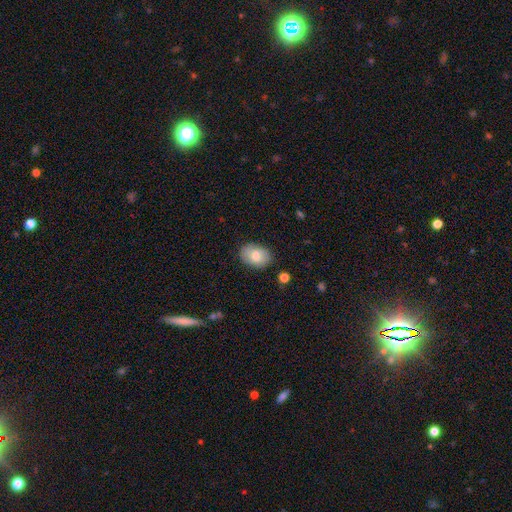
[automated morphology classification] The model was most divided on "smooth or featured": smooth: 74%, featured or disk: 18%, star or artifact: 7%. More confident: merging — none (84%); how rounded — in between (80%).